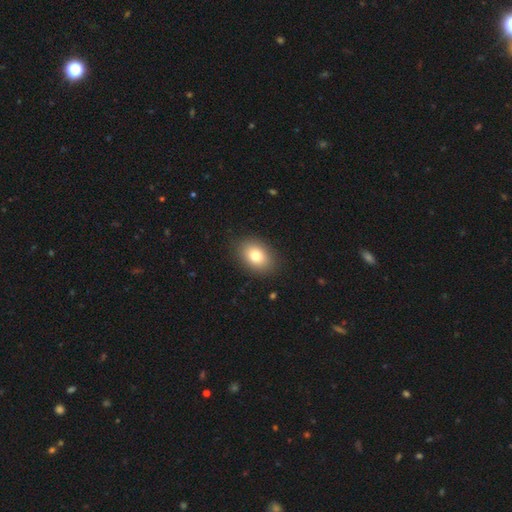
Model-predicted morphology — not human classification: Smooth or featured? smooth (79%)
How rounded? in between (76%)
Merging? none (88%)